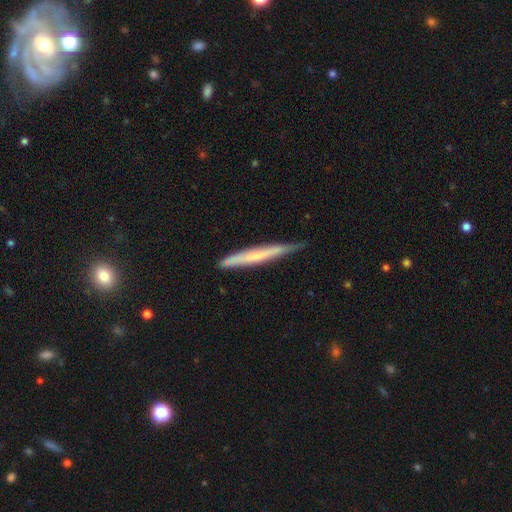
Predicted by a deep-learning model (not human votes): smooth_or_featured: smooth (p=0.50) [alt: featured or disk p=0.45]
merging: none (p=0.72) [alt: minor disturbance p=0.23]